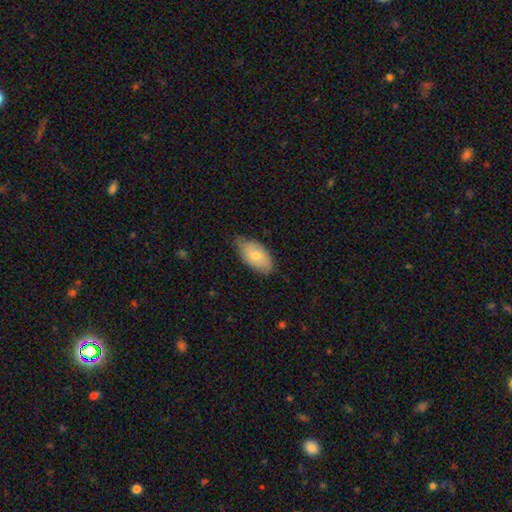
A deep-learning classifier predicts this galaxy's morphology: A smooth galaxy with no disk features (74%) that is in between round and cigar-shaped (94%).

Vote fractions:
- Smooth or featured? smooth: 74% / featured or disk: 20% / star or artifact: 6%
- How rounded? in between: 94% / round: 4% / cigar-shaped: 3%
- Merging? none: 67% / minor disturbance: 28% / major disturbance: 4% / merger: 1%